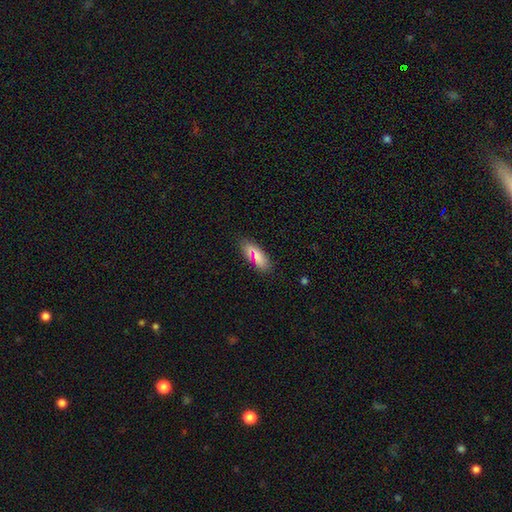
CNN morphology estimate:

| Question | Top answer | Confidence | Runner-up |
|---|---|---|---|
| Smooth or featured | smooth | 75% | featured or disk (13%) |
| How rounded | in between | 78% | cigar-shaped (19%) |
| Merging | none | 83% | minor disturbance (12%) |